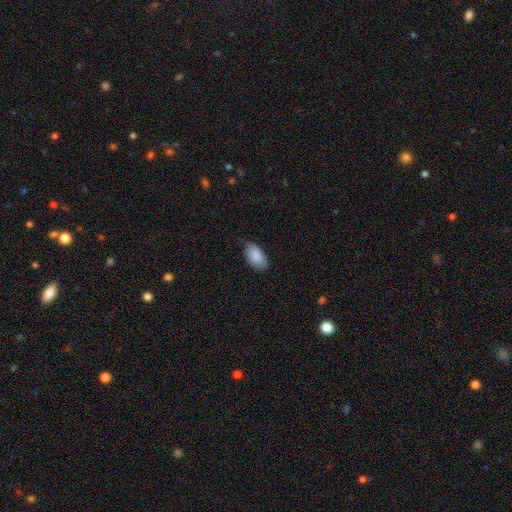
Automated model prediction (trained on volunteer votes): Smooth or featured? smooth (89%)
How rounded? in between (95%)
Merging? none (73%)